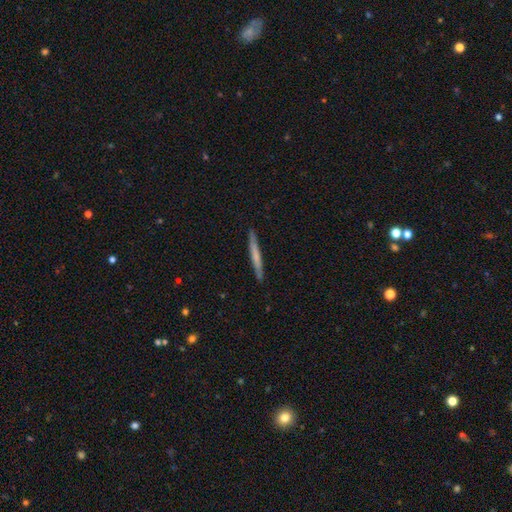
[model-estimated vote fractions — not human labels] Smooth or featured? Predicted: smooth (p=0.55). How rounded? Predicted: cigar-shaped (p=0.97). Merging? Predicted: none (p=0.90).